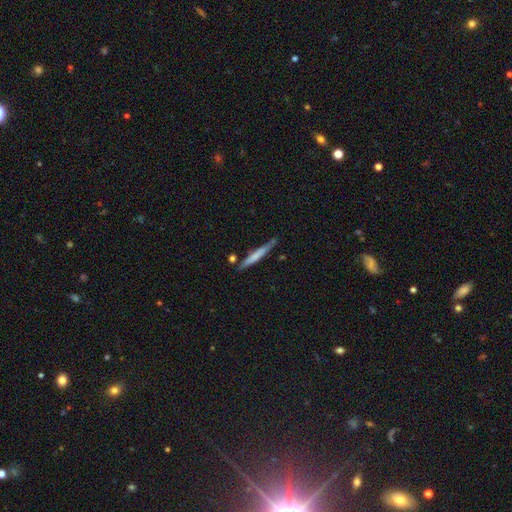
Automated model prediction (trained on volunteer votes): smooth-or-featured: smooth: 59% | featured or disk: 36% | star or artifact: 6%
  how-rounded: cigar-shaped: 95% | in between: 3% | round: 1%
  merging: none: 78% | minor disturbance: 14% | merger: 5% | major disturbance: 3%